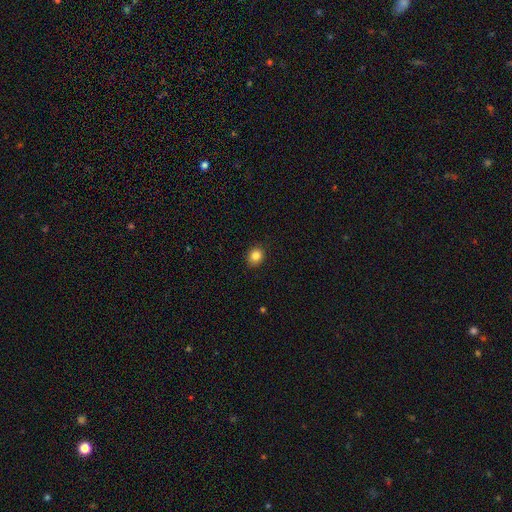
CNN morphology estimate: type=smooth (84%); roundness=round (65%); merging=none (89%).